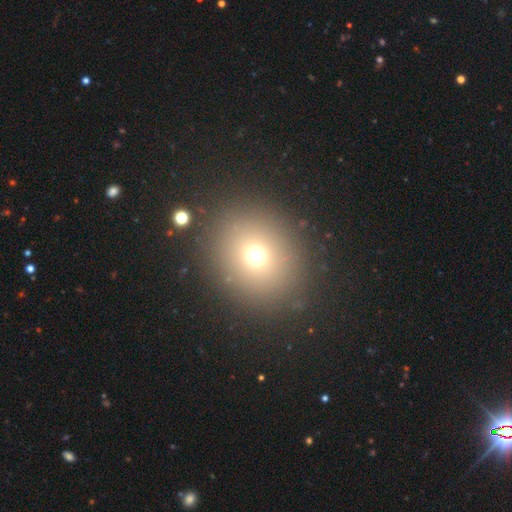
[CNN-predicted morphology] A smooth galaxy with no disk features (69%) that is round (74%).

Vote fractions:
- Smooth or featured? smooth: 69% / star or artifact: 20% / featured or disk: 11%
- How rounded? round: 74% / in between: 25% / cigar-shaped: 1%
- Merging? none: 87% / minor disturbance: 7% / major disturbance: 4% / merger: 2%